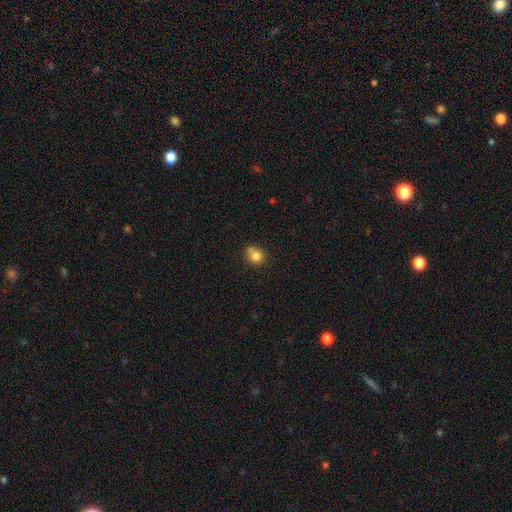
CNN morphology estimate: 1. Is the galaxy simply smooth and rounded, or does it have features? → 80% smooth, 11% star or artifact, 9% featured or disk.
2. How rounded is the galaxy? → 84% round, 15% in between, 1% cigar-shaped.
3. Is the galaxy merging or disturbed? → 58% none, 21% merger, 17% minor disturbance, 4% major disturbance.